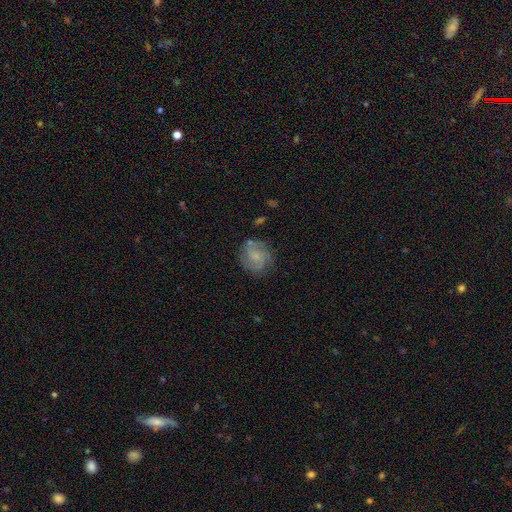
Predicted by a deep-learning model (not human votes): This is likely a featured or disk galaxy (61%). It is clearly not viewed edge-on (98%). Bar: likely no (71%). Spiral arm pattern: clearly yes (89%). Spiral arm count: marginally 2 (35%). Spiral winding: possibly tight (46%). Central bulge: possibly small (55%). Merging: likely none (74%).